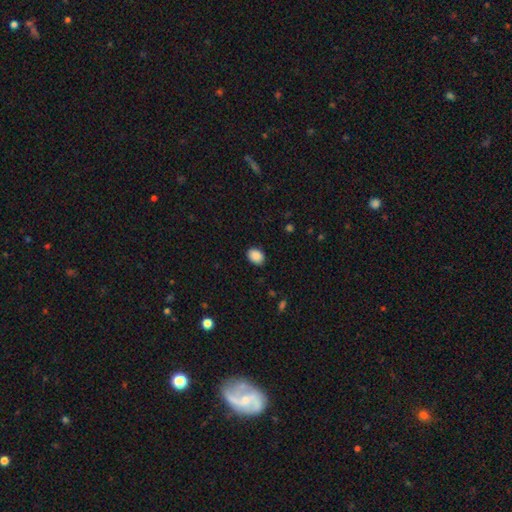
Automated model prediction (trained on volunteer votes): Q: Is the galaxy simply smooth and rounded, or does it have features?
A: smooth — 89%.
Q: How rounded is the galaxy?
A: in between — 70%.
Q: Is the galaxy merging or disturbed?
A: none — 87%.